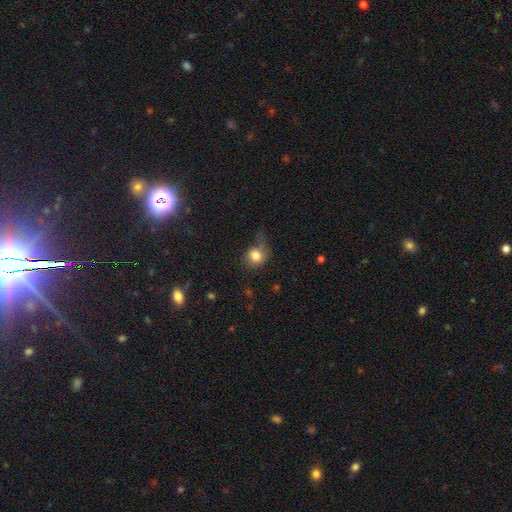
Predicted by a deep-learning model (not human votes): smooth_or_featured: smooth (p=0.79) [alt: featured or disk p=0.11]
how_rounded: round (p=0.74) [alt: in between p=0.25]
merging: none (p=0.43) [alt: minor disturbance p=0.28]